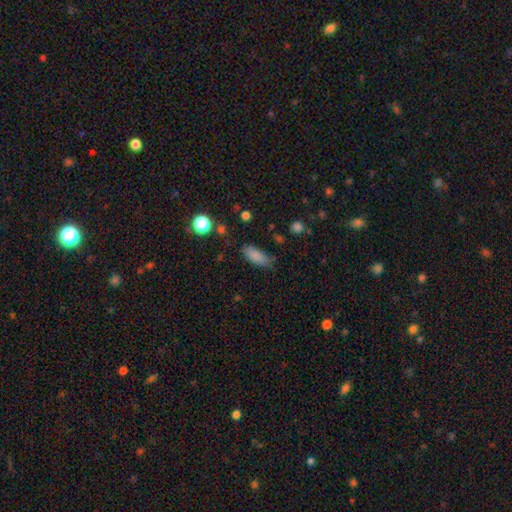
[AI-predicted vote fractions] Smooth or featured: smooth — 83% (star or artifact — 9%)
How rounded: in between — 79% (cigar-shaped — 18%)
Merging: none — 68% (minor disturbance — 23%)